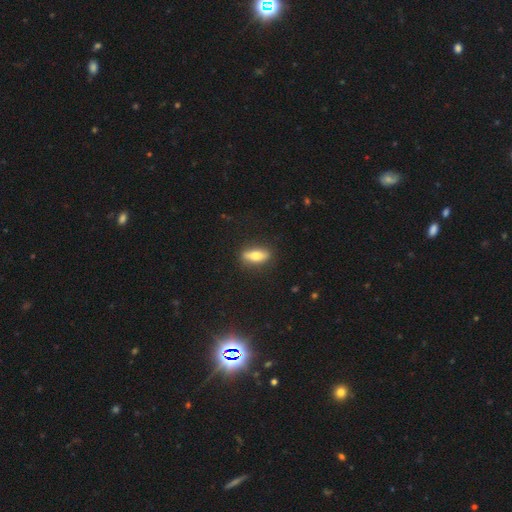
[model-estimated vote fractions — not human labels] Morphology: type=smooth (64%); roundness=in between (60%); merging=none (86%).